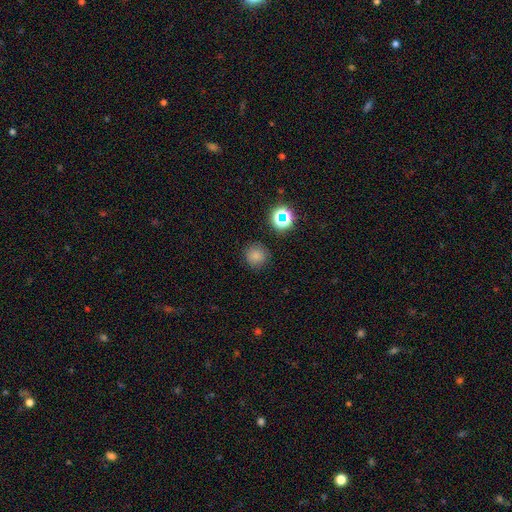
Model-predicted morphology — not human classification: This is likely a smooth galaxy (77%). How rounded: clearly round (93%). Merging: clearly none (87%).